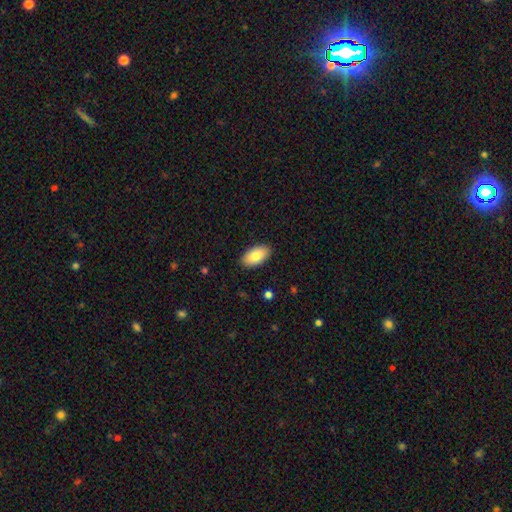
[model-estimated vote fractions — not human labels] The model was most divided on "smooth or featured": smooth: 82%, featured or disk: 11%, star or artifact: 6%. More confident: how rounded — in between (95%); merging — none (89%).